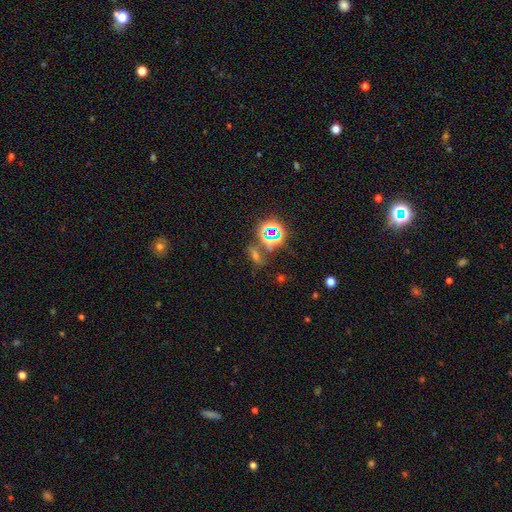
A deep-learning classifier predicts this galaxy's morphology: star or artifact 59%, smooth 27%, featured or disk 15%.